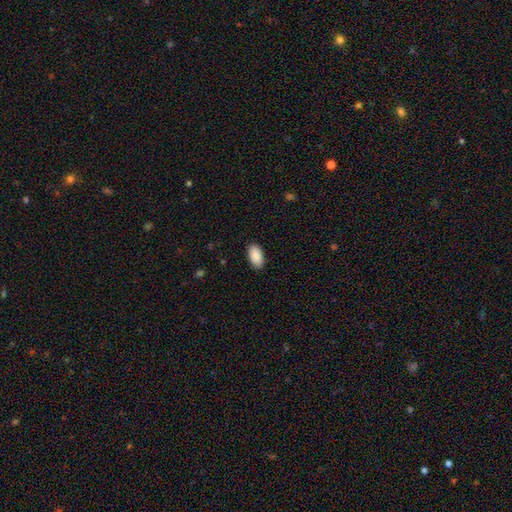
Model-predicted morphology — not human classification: smooth_or_featured: smooth (p=0.91) [alt: star or artifact p=0.06]
how_rounded: in between (p=0.96) [alt: round p=0.02]
merging: none (p=0.89) [alt: minor disturbance p=0.08]